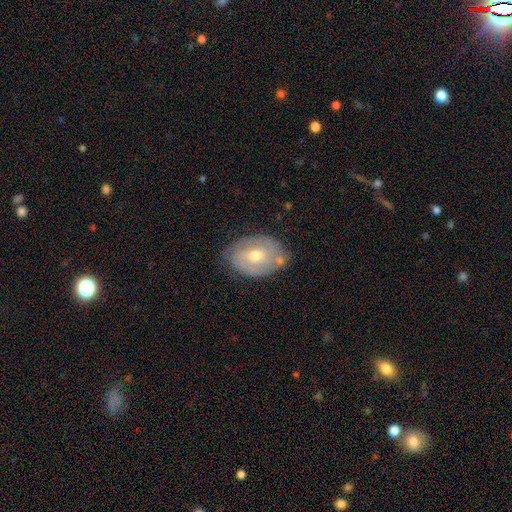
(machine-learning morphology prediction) Smooth or featured? Predicted: featured or disk (p=0.64). Edge-on disk? Predicted: no (p=0.95). Bar? Predicted: no (p=0.60). Spiral arms? Predicted: yes (p=0.72). Bulge size? Predicted: moderate (p=0.64). Merging? Predicted: none (p=0.68).